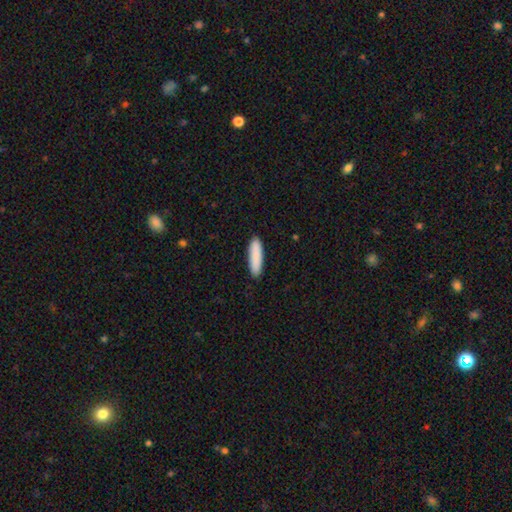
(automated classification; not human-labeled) The model was most divided on "how rounded": cigar-shaped: 69%, in between: 29%, round: 1%. More confident: merging — none (90%); smooth or featured — smooth (89%).